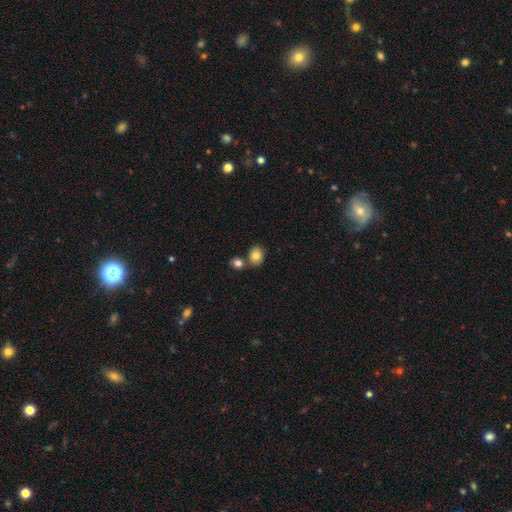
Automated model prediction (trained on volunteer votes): A smooth galaxy with no disk features (81%) that is round (61%).

Vote fractions:
- Smooth or featured? smooth: 81% / star or artifact: 10% / featured or disk: 10%
- How rounded? round: 61% / in between: 38% / cigar-shaped: 1%
- Merging? none: 66% / merger: 21% / minor disturbance: 10% / major disturbance: 3%